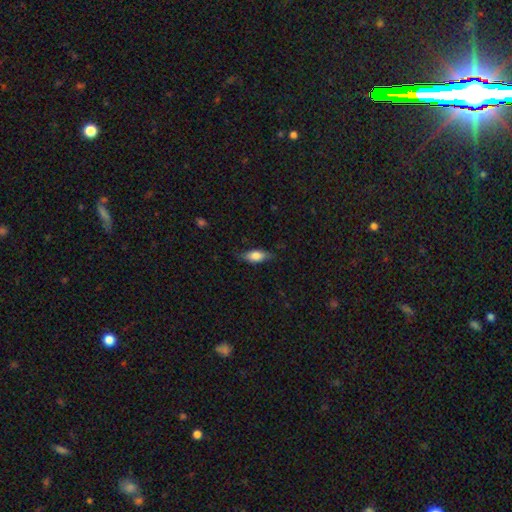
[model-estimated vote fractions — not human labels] This appears to be a smooth galaxy with no disk features (74%) that is in between round and cigar-shaped (78%). Merging: none (75%).